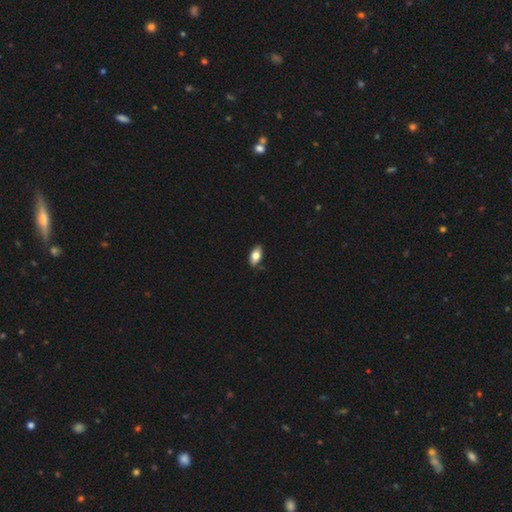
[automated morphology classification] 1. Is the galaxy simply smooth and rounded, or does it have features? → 77% smooth, 17% featured or disk, 7% star or artifact.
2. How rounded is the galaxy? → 90% in between, 6% cigar-shaped, 4% round.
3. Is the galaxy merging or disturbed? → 84% none, 13% minor disturbance, 2% major disturbance, 1% merger.